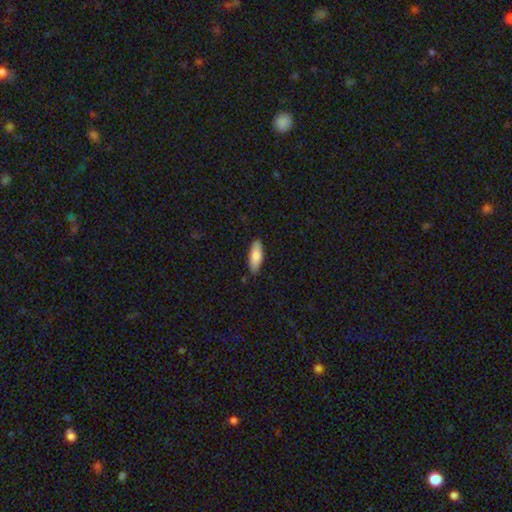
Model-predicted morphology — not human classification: type=smooth (83%); roundness=in between (70%); merging=none (86%).